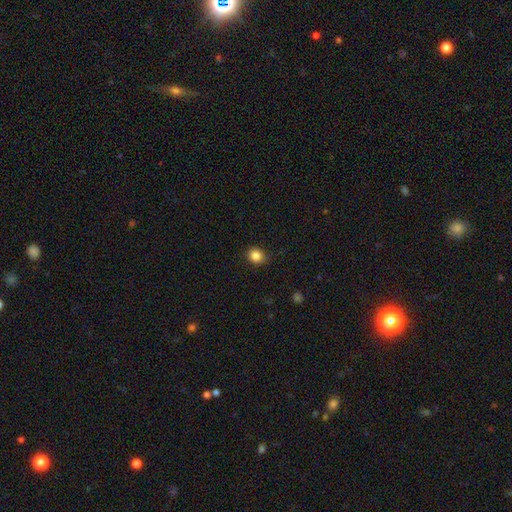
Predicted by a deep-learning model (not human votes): Q: Smooth or featured?
A: smooth (85%); runner-up: star or artifact (11%)
Q: How rounded?
A: round (72%); runner-up: in between (27%)
Q: Merging?
A: none (87%); runner-up: minor disturbance (10%)